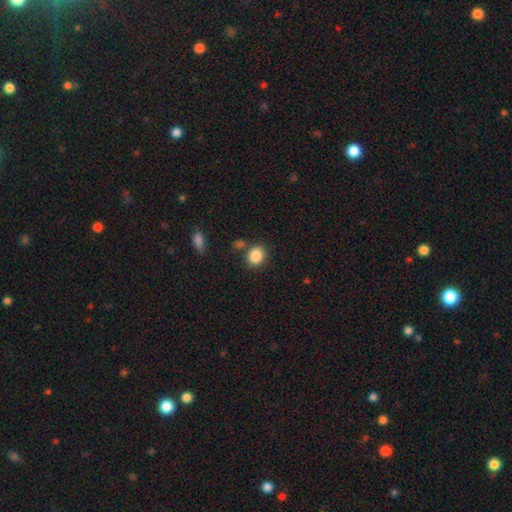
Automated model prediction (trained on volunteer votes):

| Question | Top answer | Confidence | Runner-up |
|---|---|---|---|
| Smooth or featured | smooth | 87% | star or artifact (9%) |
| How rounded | round | 65% | in between (34%) |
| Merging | none | 74% | minor disturbance (12%) |